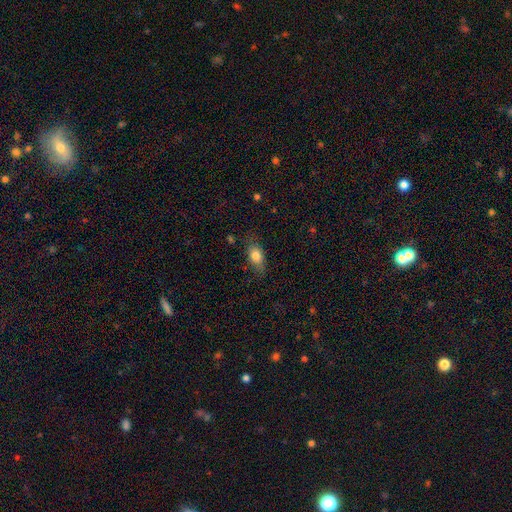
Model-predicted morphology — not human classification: smooth-or-featured: smooth: 78% | featured or disk: 13% | star or artifact: 8%
  how-rounded: in between: 81% | round: 10% | cigar-shaped: 8%
  merging: none: 70% | minor disturbance: 22% | major disturbance: 6% | merger: 2%